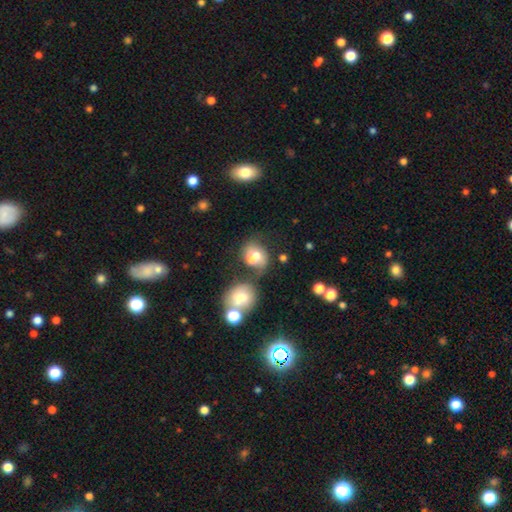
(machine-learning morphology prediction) smooth-or-featured: smooth: 63% | featured or disk: 26% | star or artifact: 12%
  how-rounded: in between: 49% (tied) | round: 49% (tied) | cigar-shaped: 1%
  merging: merger: 45% | none: 30% | minor disturbance: 15% | major disturbance: 10%